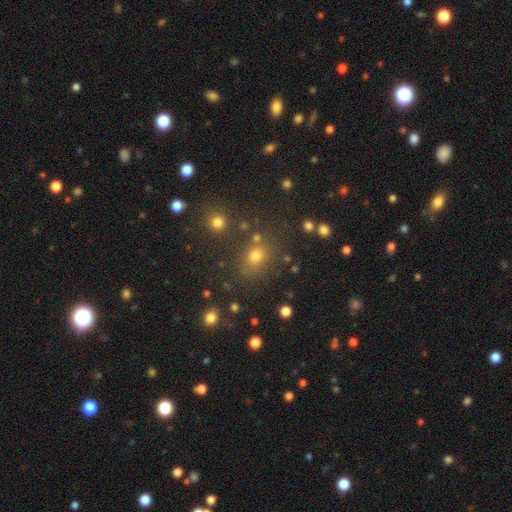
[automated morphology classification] smooth 70%, star or artifact 22%, featured or disk 8%. Down the decision tree: how rounded — round (63%); merging — none (75%).